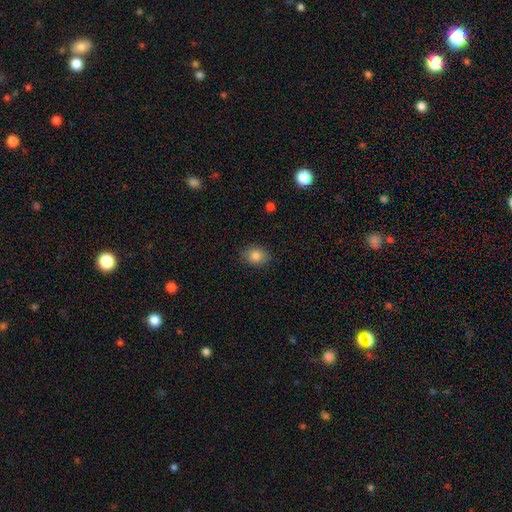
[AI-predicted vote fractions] smooth 84%, star or artifact 9%, featured or disk 7%. Down the decision tree: how rounded — in between (52%); merging — none (83%).